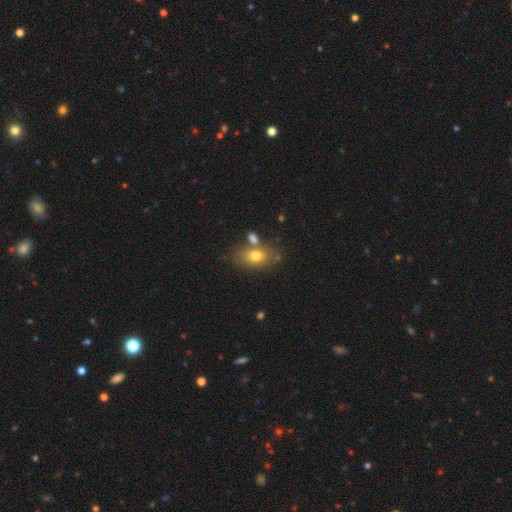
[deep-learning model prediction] Overall: smooth (75%). How rounded: in between (82%). Merging: none (60%; merger 21%).